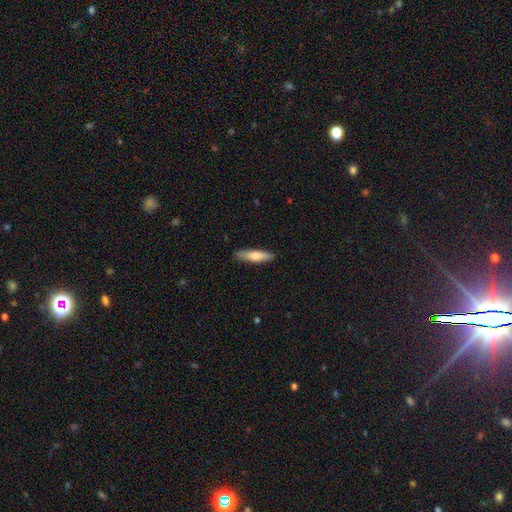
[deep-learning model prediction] Overall: smooth (72%). How rounded: cigar-shaped (78%). Merging: none (87%).